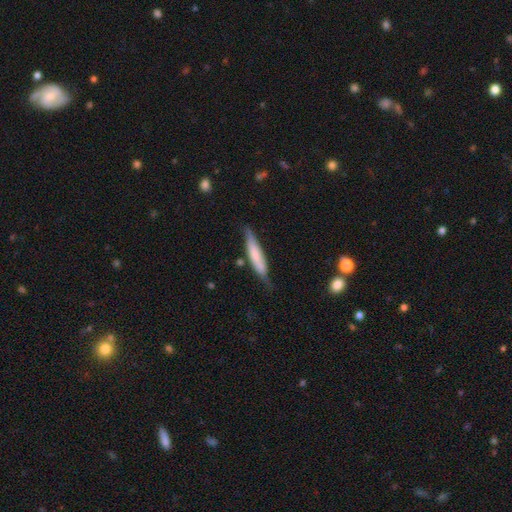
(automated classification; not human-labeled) smooth_or_featured: smooth (p=0.64) [alt: featured or disk p=0.30]
how_rounded: cigar-shaped (p=0.83) [alt: in between p=0.16]
merging: none (p=0.64) [alt: minor disturbance p=0.27]